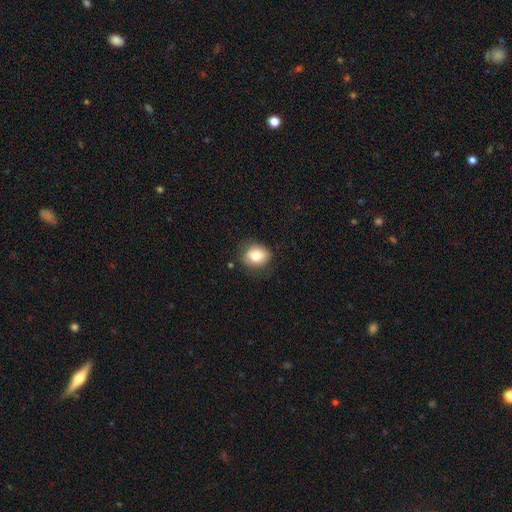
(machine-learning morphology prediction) type=smooth (82%); roundness=round (60%); merging=none (76%).